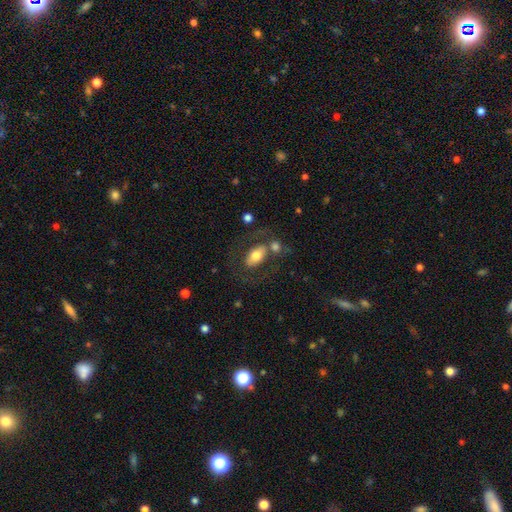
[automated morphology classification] A smooth galaxy with no disk features (64%) that is in between round and cigar-shaped (91%).

Vote fractions:
- Smooth or featured? smooth: 64% / featured or disk: 30% / star or artifact: 7%
- How rounded? in between: 91% / round: 6% / cigar-shaped: 3%
- Merging? none: 51% / merger: 24% / minor disturbance: 14% / major disturbance: 11%